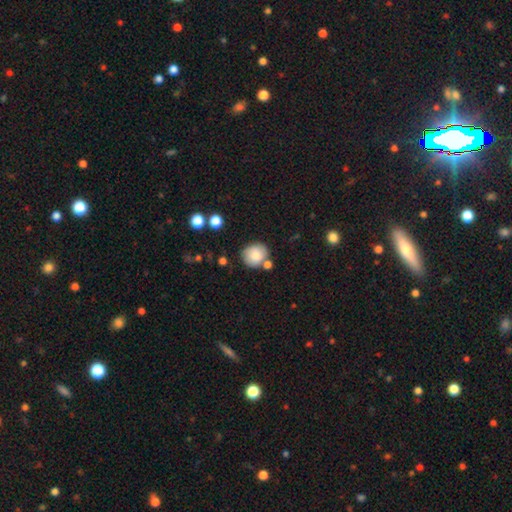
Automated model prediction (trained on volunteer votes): Smooth or featured?
  - smooth: 81% *
  - featured or disk: 11%
  - star or artifact: 8%
How rounded?
  - round: 84% *
  - in between: 15%
  - cigar-shaped: 1%
Merging?
  - none: 70% *
  - merger: 14%
  - minor disturbance: 13%
  - major disturbance: 3%